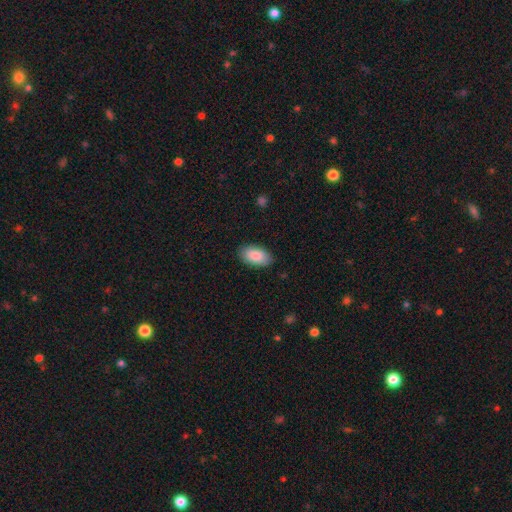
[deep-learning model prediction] Smooth or featured? smooth (87%)
How rounded? in between (95%)
Merging? none (87%)